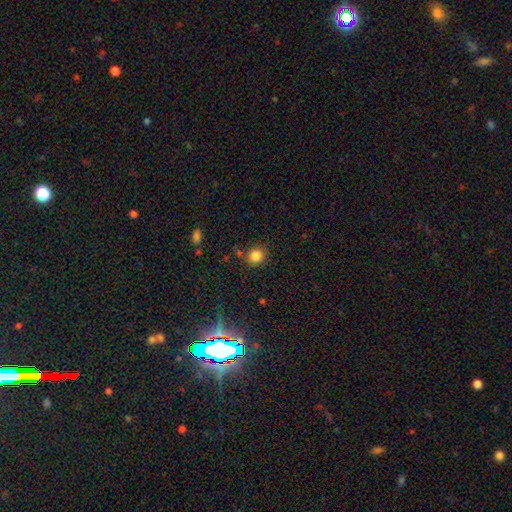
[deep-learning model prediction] Overall: smooth (83%). How rounded: round (86%). Merging: none (81%).